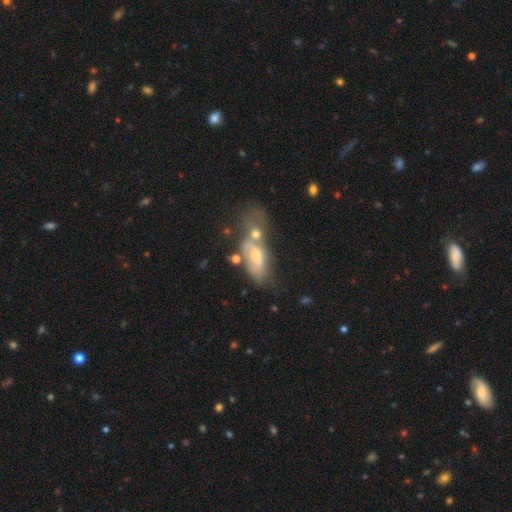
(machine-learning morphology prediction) Smooth or featured? smooth (48%)
Merging? merger (44%)